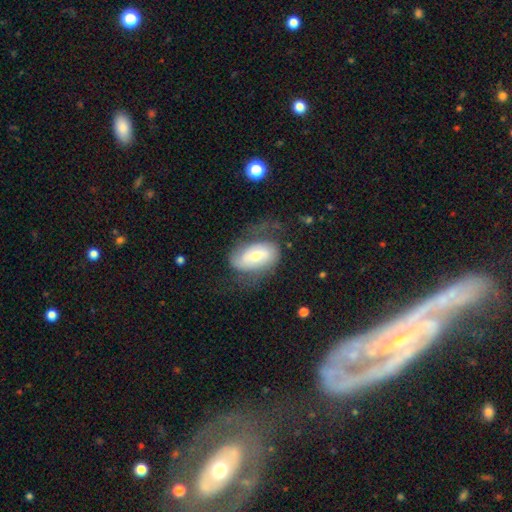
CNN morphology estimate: Smooth or featured? featured or disk (54%)
Edge-on disk? no (94%)
Bar? weak (41%)
Spiral arms? yes (78%)
Bulge size? moderate (51%)
Merging? none (51%)